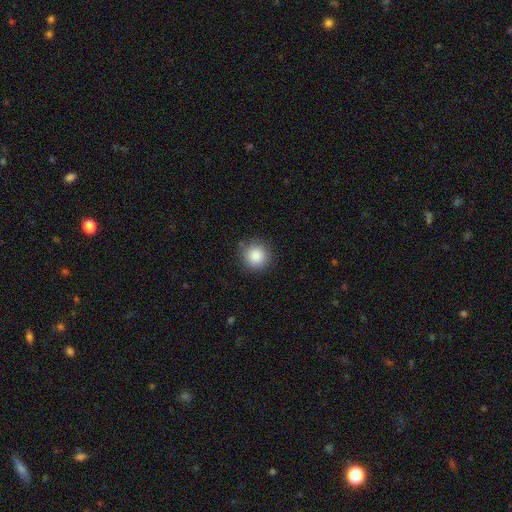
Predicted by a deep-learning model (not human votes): A smooth galaxy with no disk features (87%) that is round (94%). Merging: none (86%).